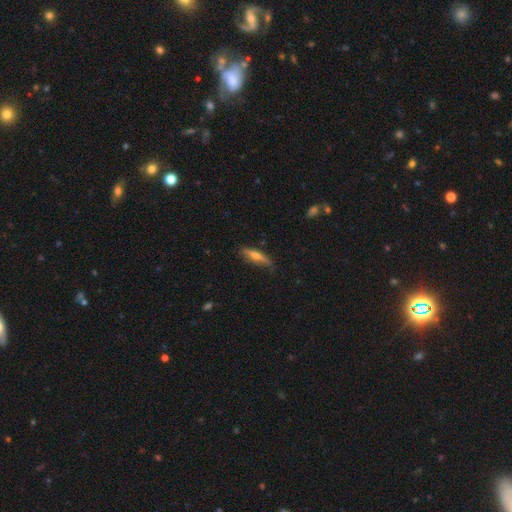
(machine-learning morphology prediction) Overall: smooth (50%; featured or disk 43%). How rounded: cigar-shaped (76%). Merging: none (70%).